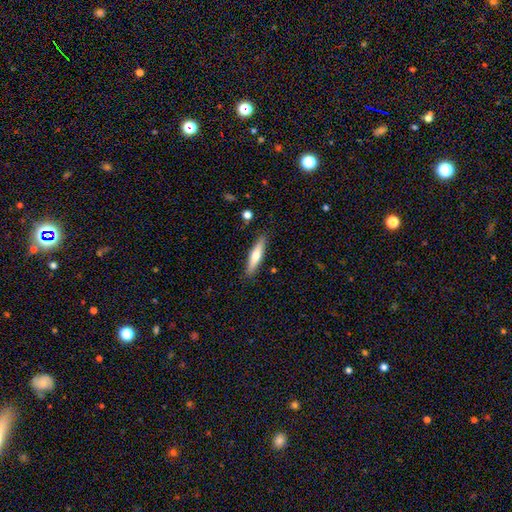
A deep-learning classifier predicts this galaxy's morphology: This appears to be a smooth galaxy with no disk features (61%) that is cigar-shaped (80%). Merging: none (88%).